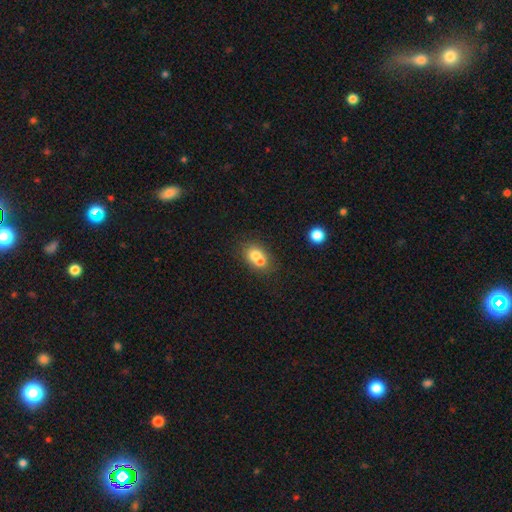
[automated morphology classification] smooth-or-featured: smooth: 68% | featured or disk: 21% | star or artifact: 11%
  how-rounded: round: 60% | in between: 39% | cigar-shaped: 1%
  merging: merger: 62% | none: 29% | minor disturbance: 6% | major disturbance: 3%